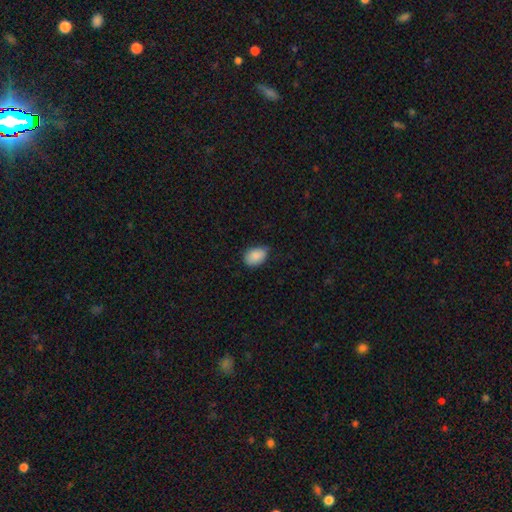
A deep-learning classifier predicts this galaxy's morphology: The model was most divided on "merging": none: 64%, minor disturbance: 31%, major disturbance: 4%, merger: 1%. More confident: smooth or featured — smooth (88%); how rounded — in between (83%).